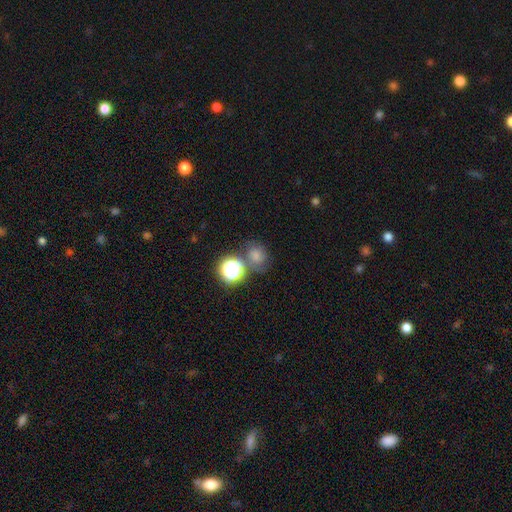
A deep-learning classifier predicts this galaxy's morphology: Smooth or featured? smooth (48%)
Merging? none (67%)